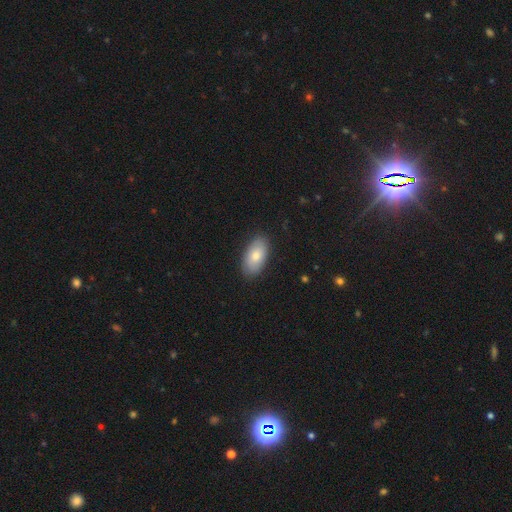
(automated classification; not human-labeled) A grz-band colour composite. It shows a smooth galaxy with no disk features (78%) that is in between round and cigar-shaped (95%). Merging: none (85%).